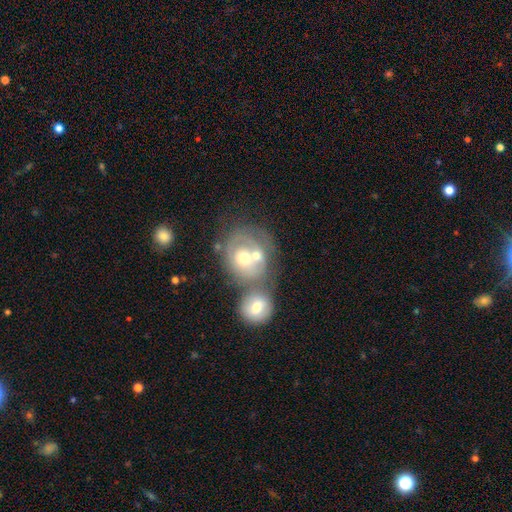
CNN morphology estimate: The model was most divided on "smooth or featured": featured or disk: 46%, smooth: 45%, star or artifact: 8%. More confident: merging — merger (62%).